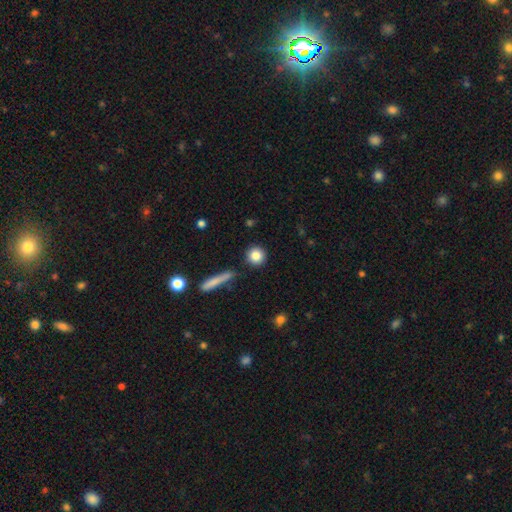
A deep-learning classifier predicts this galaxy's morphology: smooth_or_featured: smooth (p=0.84) [alt: star or artifact p=0.09]
how_rounded: round (p=0.90) [alt: in between p=0.07]
merging: none (p=0.88) [alt: minor disturbance p=0.07]